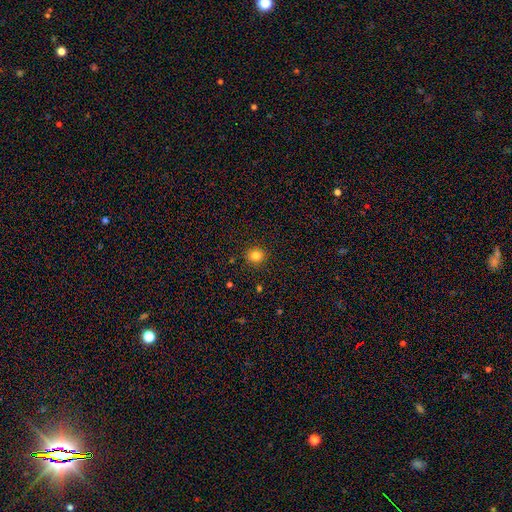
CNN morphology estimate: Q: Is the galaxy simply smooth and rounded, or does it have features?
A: smooth — 82%.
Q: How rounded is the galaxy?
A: round — 91%.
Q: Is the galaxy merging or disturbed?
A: none — 91%.